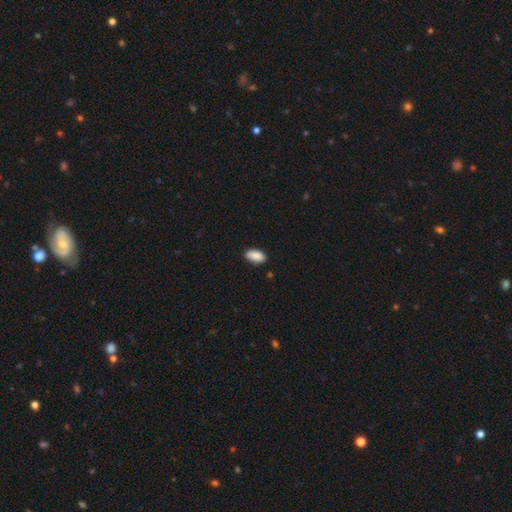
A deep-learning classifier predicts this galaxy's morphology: This is clearly a smooth galaxy (90%). How rounded: clearly in between (93%). Merging: clearly none (86%).